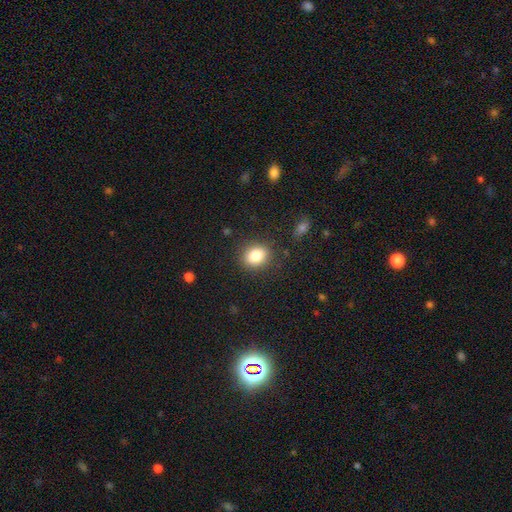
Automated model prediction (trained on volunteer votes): This is clearly a smooth galaxy (83%). How rounded: possibly round (56%). Merging: clearly none (86%).